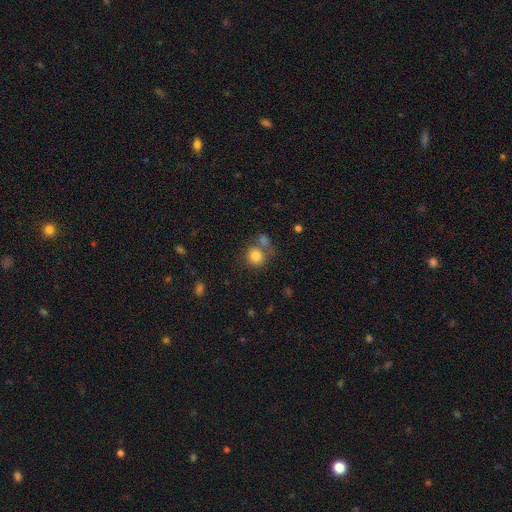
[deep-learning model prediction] smooth_or_featured: smooth (p=0.82) [alt: star or artifact p=0.10]
how_rounded: round (p=0.86) [alt: in between p=0.13]
merging: none (p=0.59) [alt: merger p=0.24]